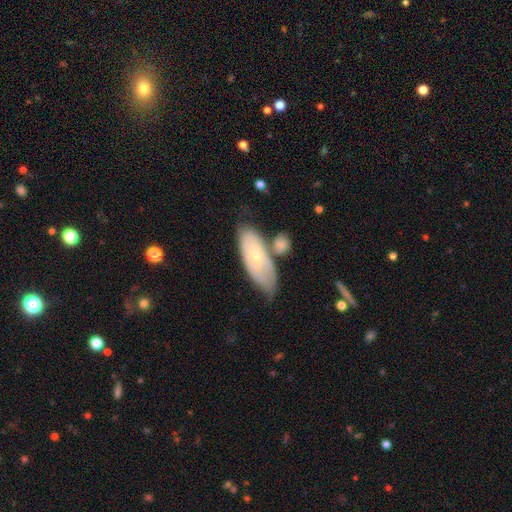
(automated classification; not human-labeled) This appears to be a featured or disk galaxy (53%). Merging: none (54%).